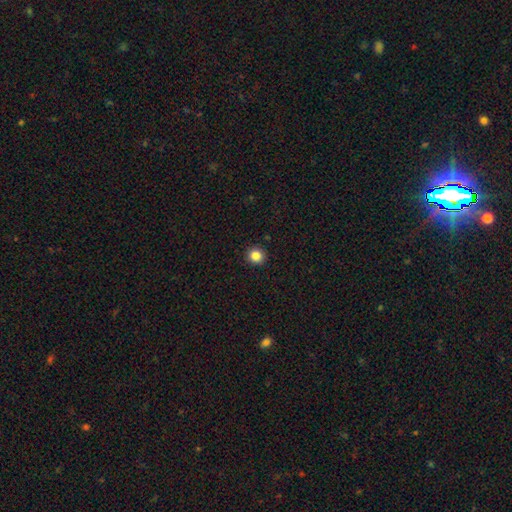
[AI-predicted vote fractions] Overall: smooth (85%). How rounded: round (93%). Merging: none (93%).